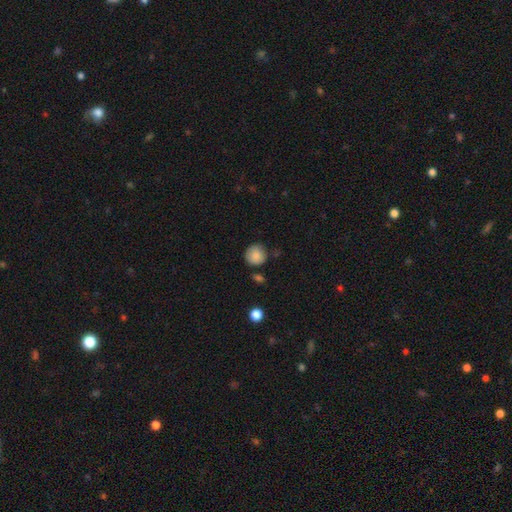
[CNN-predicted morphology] smooth_or_featured: smooth (p=0.86) [alt: star or artifact p=0.08]
how_rounded: round (p=0.91) [alt: in between p=0.08]
merging: none (p=0.77) [alt: minor disturbance p=0.16]